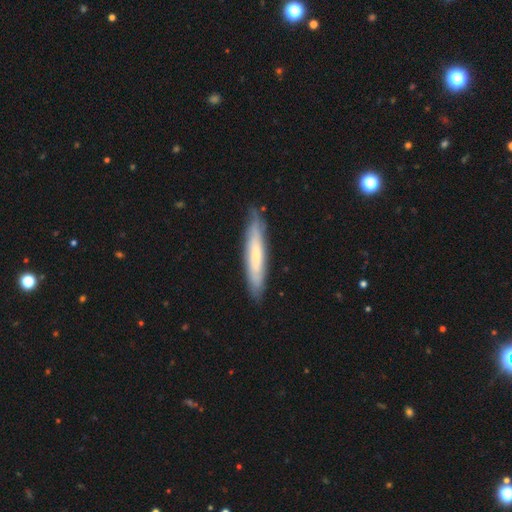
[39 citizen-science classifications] Smooth or featured? 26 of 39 (67%) said smooth. How rounded? 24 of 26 (92%) said cigar-shaped. Merging? 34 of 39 (87%) said none.